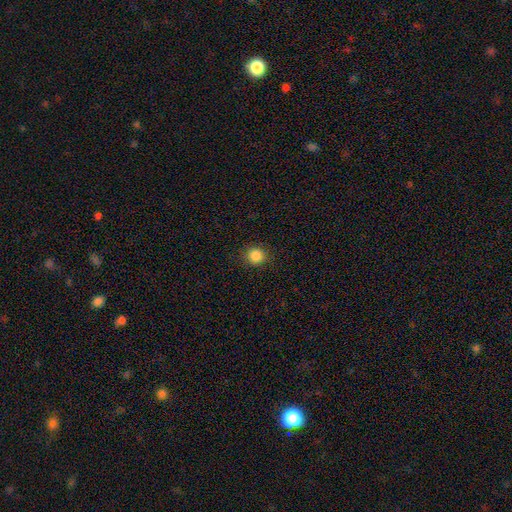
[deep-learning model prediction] This appears to be a smooth galaxy with no disk features (85%) that is round (91%). Merging: none (90%).